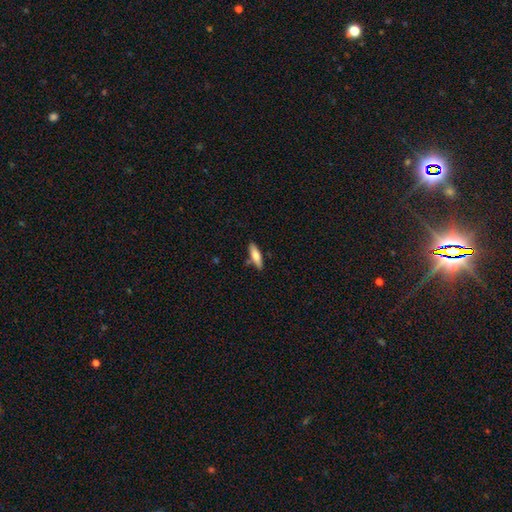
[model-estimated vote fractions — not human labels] smooth-or-featured: smooth: 74% | featured or disk: 20% | star or artifact: 6%
  how-rounded: cigar-shaped: 61% | in between: 38% | round: 2%
  merging: none: 80% | minor disturbance: 13% | merger: 5% | major disturbance: 3%